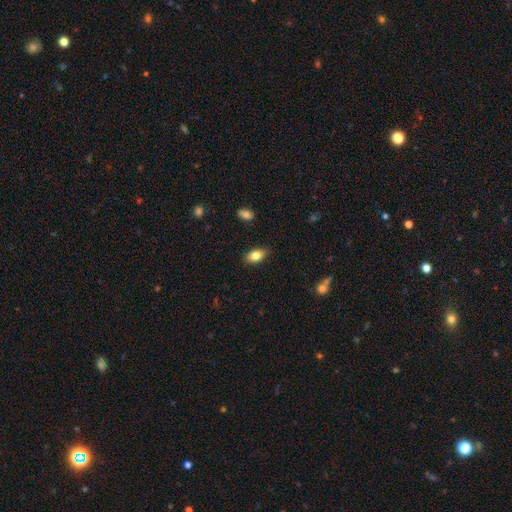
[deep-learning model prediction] smooth_or_featured: smooth (p=0.82) [alt: featured or disk p=0.10]
how_rounded: in between (p=0.89) [alt: round p=0.08]
merging: none (p=0.86) [alt: minor disturbance p=0.11]